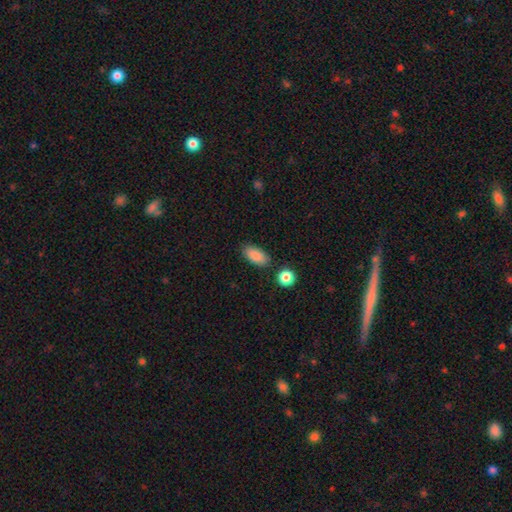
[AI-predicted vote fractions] Overall: smooth (88%). How rounded: in between (91%). Merging: none (83%).